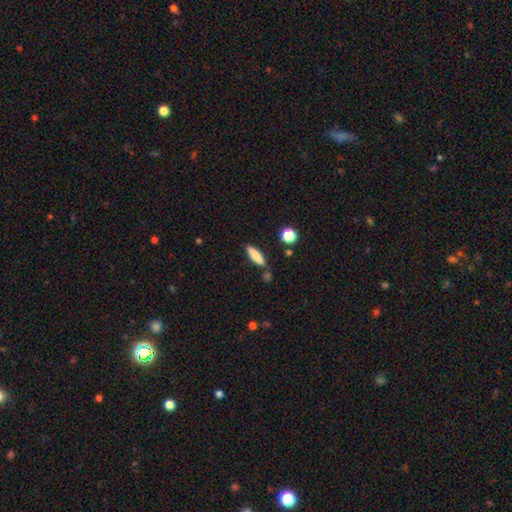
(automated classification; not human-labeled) Q: Smooth or featured?
A: smooth (81%); runner-up: featured or disk (12%)
Q: How rounded?
A: cigar-shaped (69%); runner-up: in between (29%)
Q: Merging?
A: none (83%); runner-up: minor disturbance (10%)